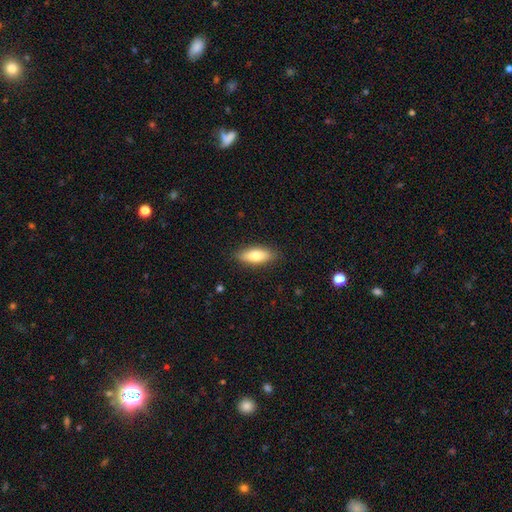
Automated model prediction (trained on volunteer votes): smooth-or-featured: smooth: 75% | featured or disk: 19% | star or artifact: 6%
  how-rounded: in between: 73% | cigar-shaped: 25% | round: 2%
  merging: none: 86% | minor disturbance: 10% | major disturbance: 2% | merger: 1%